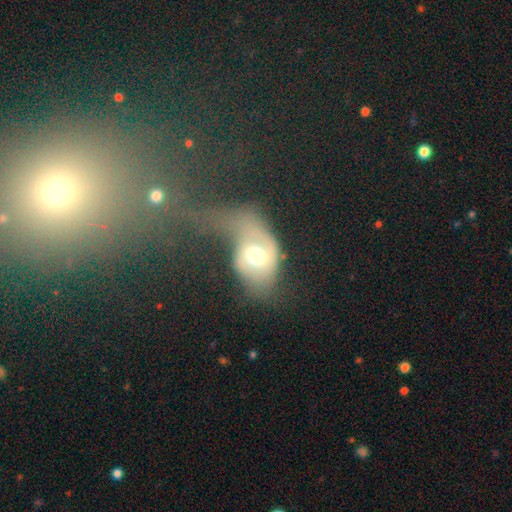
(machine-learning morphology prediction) smooth-or-featured: featured or disk: 54% | smooth: 38% | star or artifact: 8%
  disk-edge-on: no: 94% | yes: 6%
    bar: no: 69% | weak: 24% | strong: 7%
    has-spiral-arms: yes: 60% | no: 40%
    bulge-size: moderate: 73% | small: 13% | large: 11% | dominant: 2% | none: 1%
  merging: major disturbance: 50% | merger: 18% | none: 16% | minor disturbance: 15%